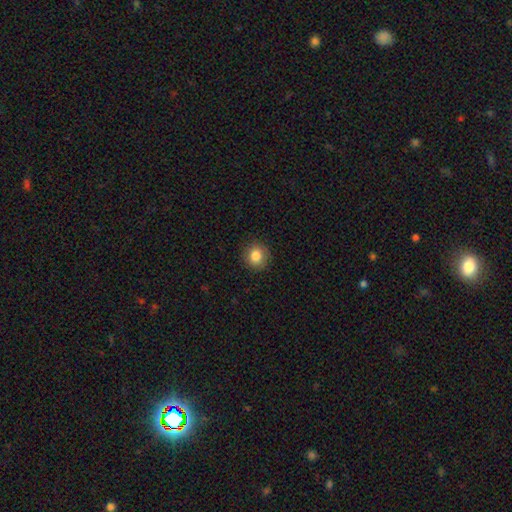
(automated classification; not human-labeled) A smooth galaxy with no disk features (85%) that is round (88%). Merging: none (90%).